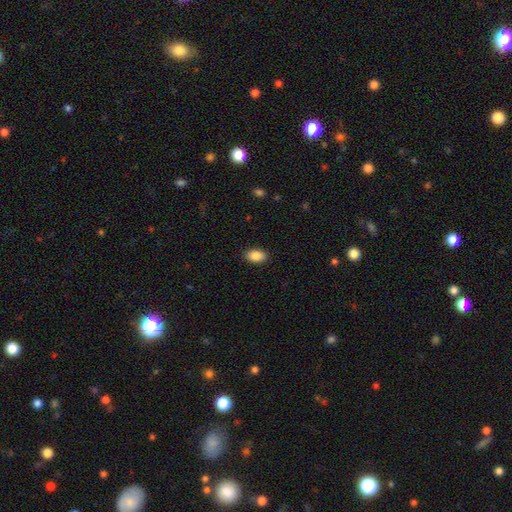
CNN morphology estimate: A smooth galaxy with no disk features (88%) that is in between round and cigar-shaped (91%).

Vote fractions:
- Smooth or featured? smooth: 88% / star or artifact: 7% / featured or disk: 4%
- How rounded? in between: 91% / round: 8% / cigar-shaped: 1%
- Merging? none: 89% / minor disturbance: 8% / major disturbance: 2% / merger: 1%